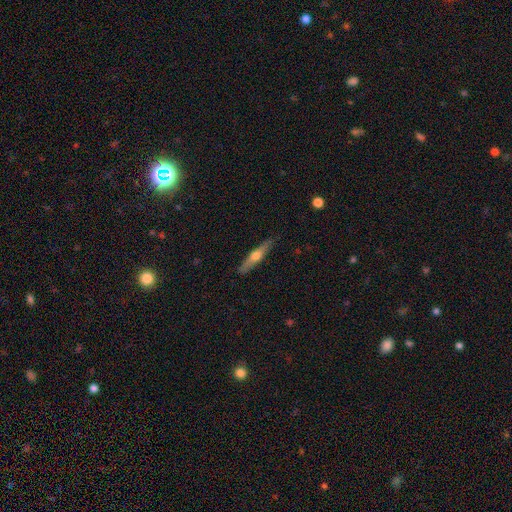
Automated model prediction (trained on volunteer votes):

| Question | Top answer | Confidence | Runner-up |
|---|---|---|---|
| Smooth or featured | featured or disk | 58% | smooth (37%) |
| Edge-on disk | yes | 95% | no (5%) |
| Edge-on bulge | rounded | 92% | none (5%) |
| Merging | none | 88% | minor disturbance (9%) |